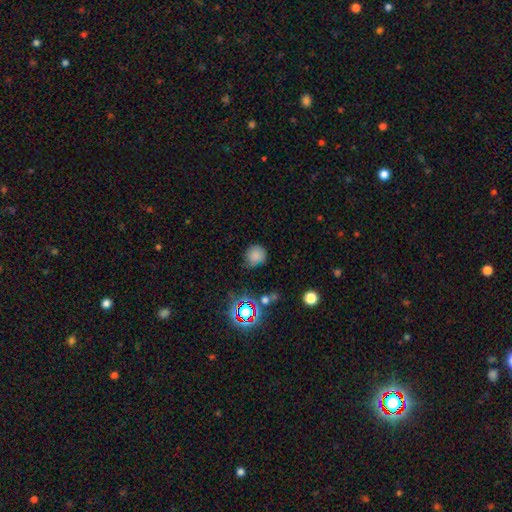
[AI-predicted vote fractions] This is likely a smooth galaxy (75%). How rounded: clearly round (85%). Merging: likely none (68%).